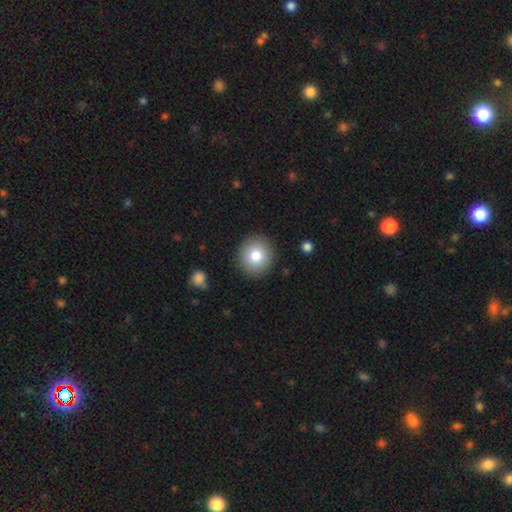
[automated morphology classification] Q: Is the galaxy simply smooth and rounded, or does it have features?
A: smooth — 80%.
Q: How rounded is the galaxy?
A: round — 90%.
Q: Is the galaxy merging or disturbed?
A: none — 91%.